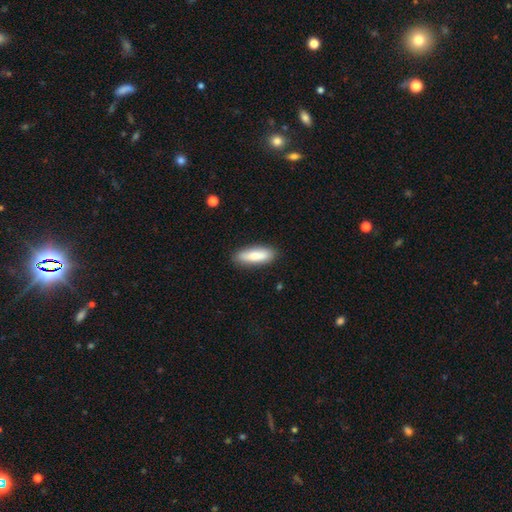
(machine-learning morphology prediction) The model was most divided on "how rounded": in between: 53%, cigar-shaped: 45%, round: 2%. More confident: merging — none (87%); smooth or featured — smooth (79%).